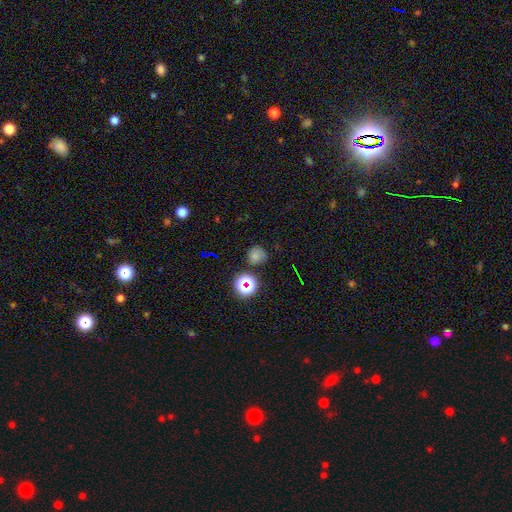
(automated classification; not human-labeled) A smooth galaxy with no disk features (64%) that is round (86%). Merging: none (71%).